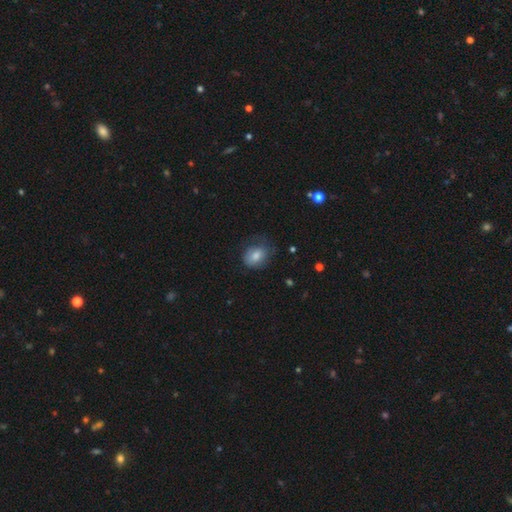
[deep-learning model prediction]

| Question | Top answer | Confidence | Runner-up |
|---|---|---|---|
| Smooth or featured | smooth | 77% | featured or disk (15%) |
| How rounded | in between | 62% | round (37%) |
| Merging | none | 54% | minor disturbance (29%) |